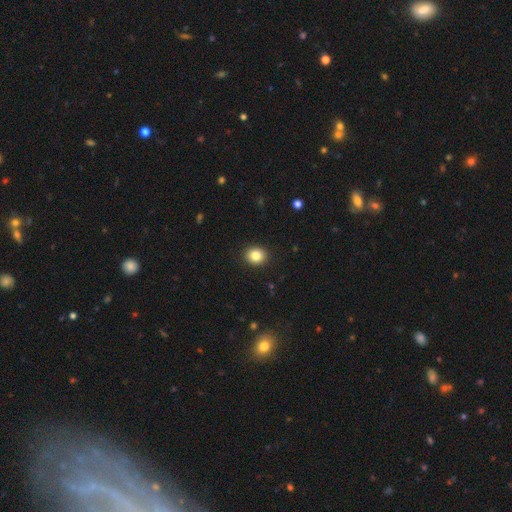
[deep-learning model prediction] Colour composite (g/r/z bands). It shows a smooth galaxy with no disk features (84%) that is round (71%). Merging: none (91%).